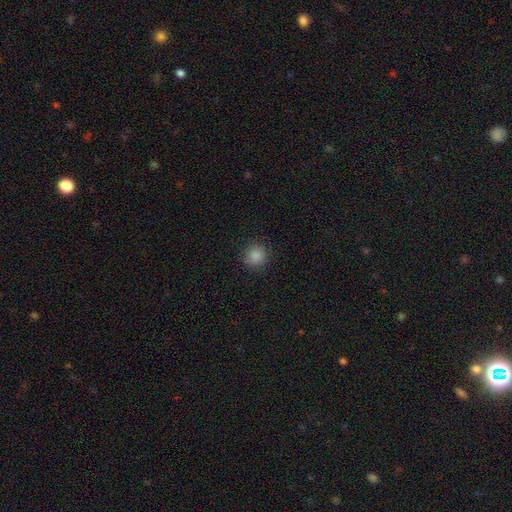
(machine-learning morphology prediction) Smooth or featured? smooth (86%)
How rounded? round (93%)
Merging? none (88%)